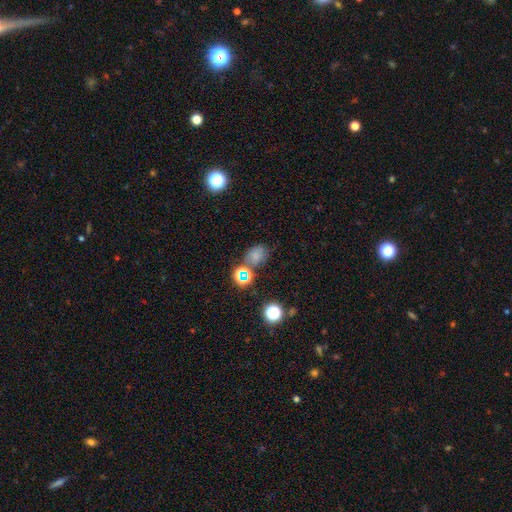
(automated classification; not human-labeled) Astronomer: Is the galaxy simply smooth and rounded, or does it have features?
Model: smooth — 64%.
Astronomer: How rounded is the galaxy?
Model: in between — 59% (runner-up: round, 40%).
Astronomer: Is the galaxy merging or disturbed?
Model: none — 56%.